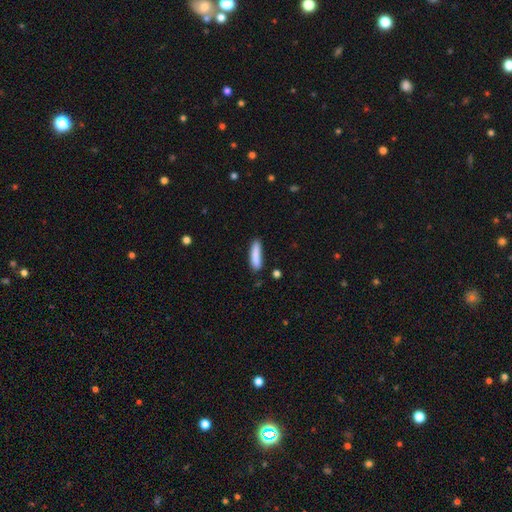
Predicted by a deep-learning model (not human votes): Q: Smooth or featured?
A: smooth (86%); runner-up: featured or disk (7%)
Q: How rounded?
A: cigar-shaped (76%); runner-up: in between (23%)
Q: Merging?
A: none (74%); runner-up: minor disturbance (18%)